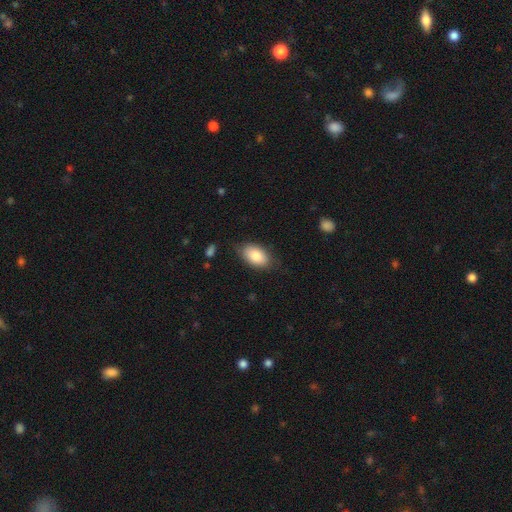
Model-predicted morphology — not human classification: smooth 84%, featured or disk 10%, star or artifact 6%. Down the decision tree: how rounded — in between (92%); merging — none (77%).